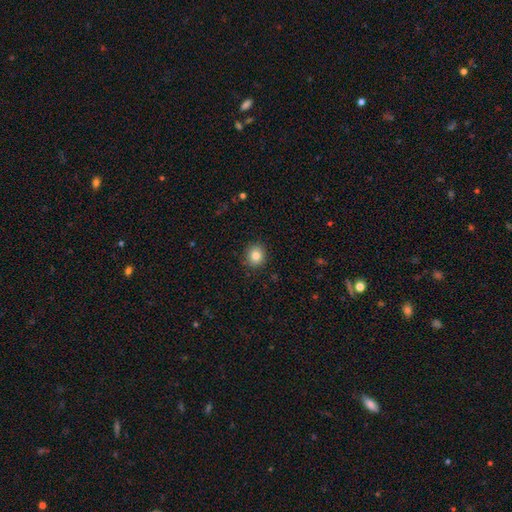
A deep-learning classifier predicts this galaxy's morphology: Q: Smooth or featured?
A: smooth (84%); runner-up: star or artifact (10%)
Q: How rounded?
A: round (85%); runner-up: in between (14%)
Q: Merging?
A: none (88%); runner-up: minor disturbance (9%)